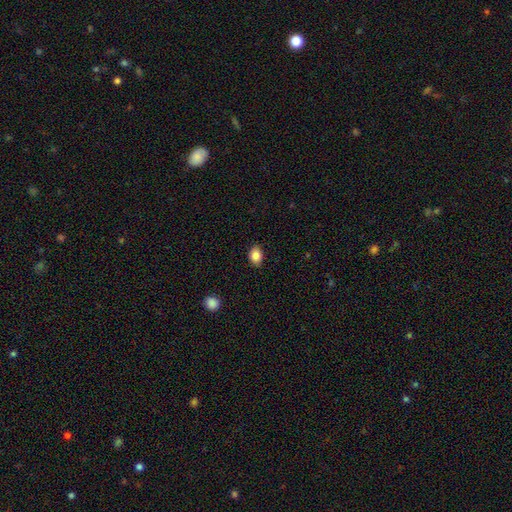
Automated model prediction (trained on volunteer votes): smooth 87%, star or artifact 9%, featured or disk 5%. Down the decision tree: how rounded — in between (69%); merging — none (85%).